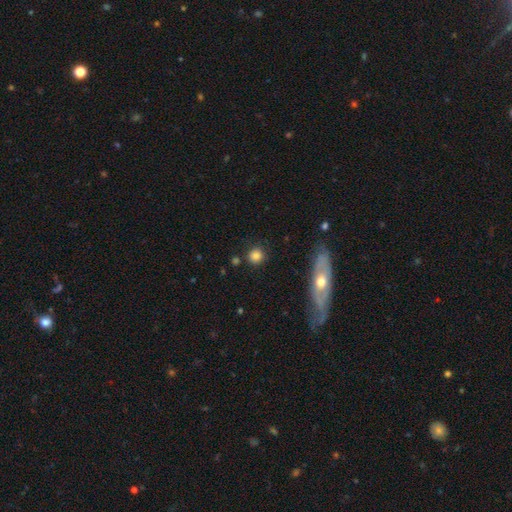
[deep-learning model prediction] A smooth galaxy with no disk features (82%) that is round (90%). Merging: none (84%).